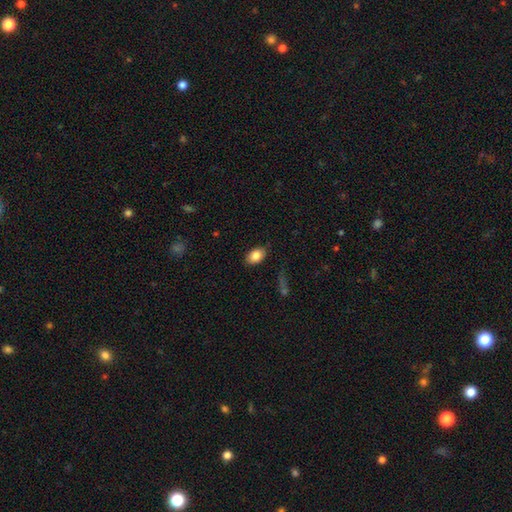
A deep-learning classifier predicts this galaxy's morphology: Overall: smooth (84%). How rounded: in between (88%). Merging: none (84%).